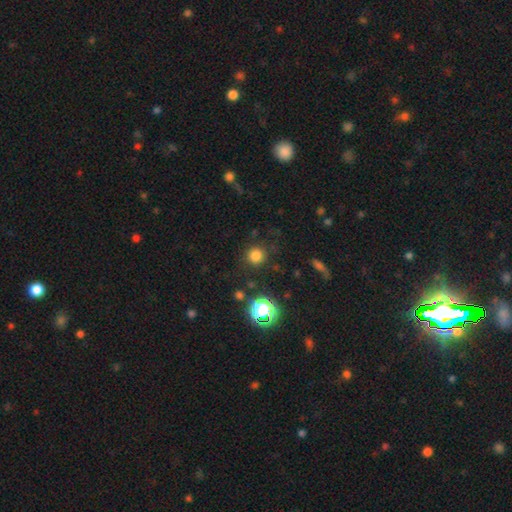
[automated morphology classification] A smooth galaxy with no disk features (76%) that is round (94%). Merging: none (87%).